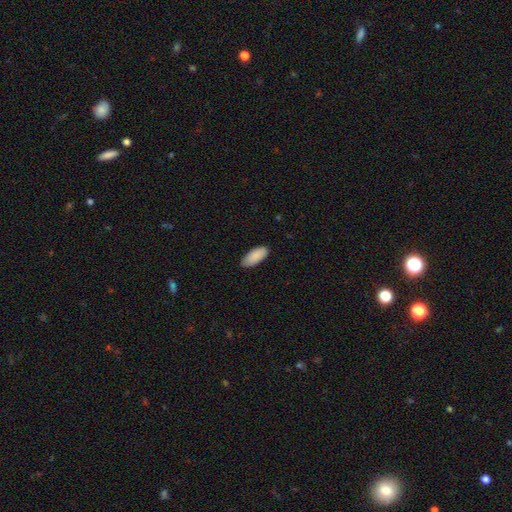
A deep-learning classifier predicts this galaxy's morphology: type=smooth (90%); roundness=in between (88%); merging=none (85%).